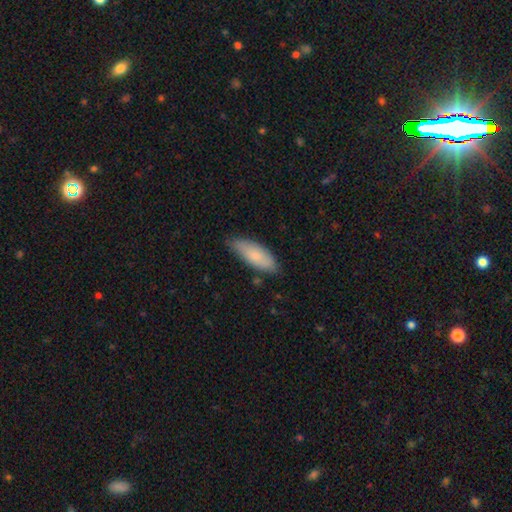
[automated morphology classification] The model was most divided on "how rounded": in between: 70%, cigar-shaped: 28%, round: 2%. More confident: smooth or featured — smooth (77%); merging — none (73%).